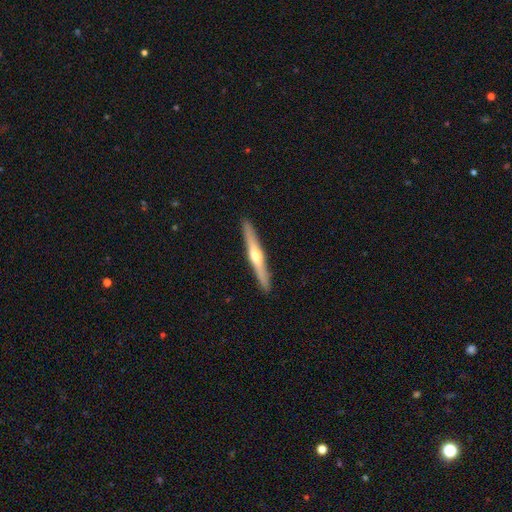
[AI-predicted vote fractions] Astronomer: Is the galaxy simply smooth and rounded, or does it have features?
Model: featured or disk — 64%.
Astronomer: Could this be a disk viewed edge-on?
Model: yes — 97%.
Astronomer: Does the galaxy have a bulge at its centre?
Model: rounded — 89%.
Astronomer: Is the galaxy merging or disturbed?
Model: none — 92%.